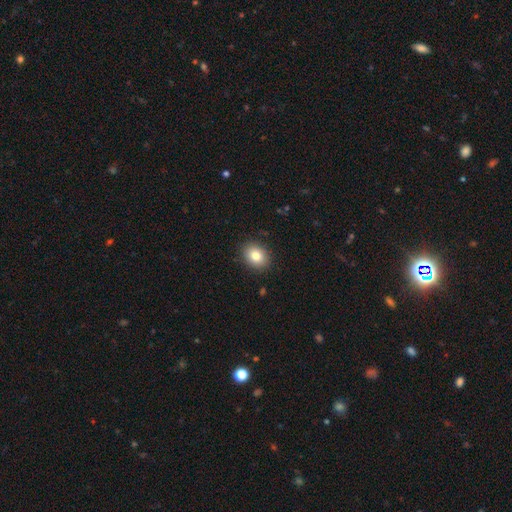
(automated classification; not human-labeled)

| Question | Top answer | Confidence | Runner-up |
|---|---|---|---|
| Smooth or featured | smooth | 83% | star or artifact (9%) |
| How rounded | in between | 54% | round (45%) |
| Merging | none | 89% | minor disturbance (8%) |